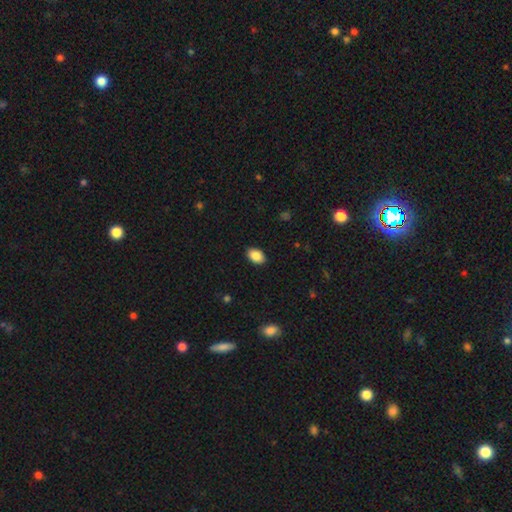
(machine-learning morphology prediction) Smooth or featured: smooth — 87% (star or artifact — 8%)
How rounded: in between — 88% (round — 11%)
Merging: none — 88% (minor disturbance — 9%)